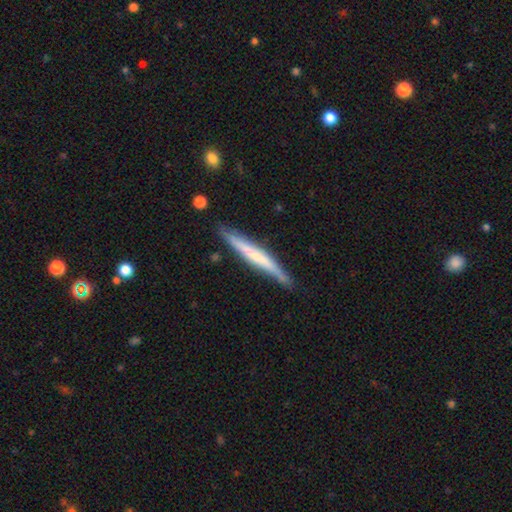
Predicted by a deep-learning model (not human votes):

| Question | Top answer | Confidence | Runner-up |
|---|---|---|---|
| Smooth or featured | featured or disk | 49% | smooth (46%) |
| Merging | none | 84% | minor disturbance (13%) |